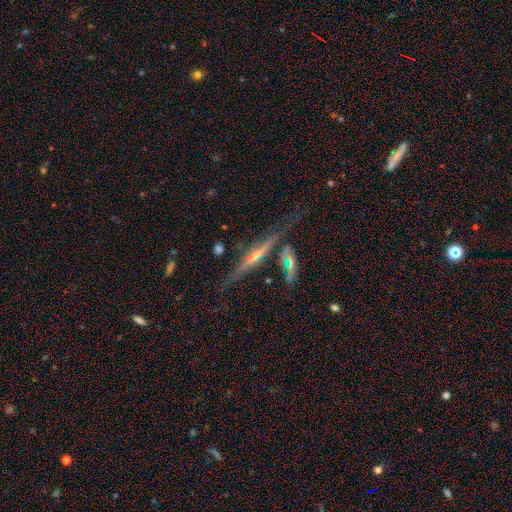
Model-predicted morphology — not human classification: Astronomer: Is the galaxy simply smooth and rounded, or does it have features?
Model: featured or disk — 80%.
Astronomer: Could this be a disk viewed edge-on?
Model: yes — 94%.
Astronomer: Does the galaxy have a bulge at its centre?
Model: rounded — 71%.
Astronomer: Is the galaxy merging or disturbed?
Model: none — 64%.